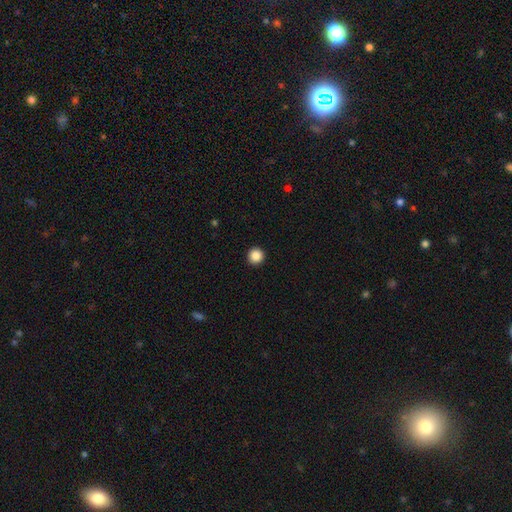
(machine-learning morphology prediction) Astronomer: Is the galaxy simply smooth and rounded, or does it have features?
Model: smooth — 87%.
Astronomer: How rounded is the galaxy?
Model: round — 96%.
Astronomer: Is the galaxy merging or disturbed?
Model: none — 94%.